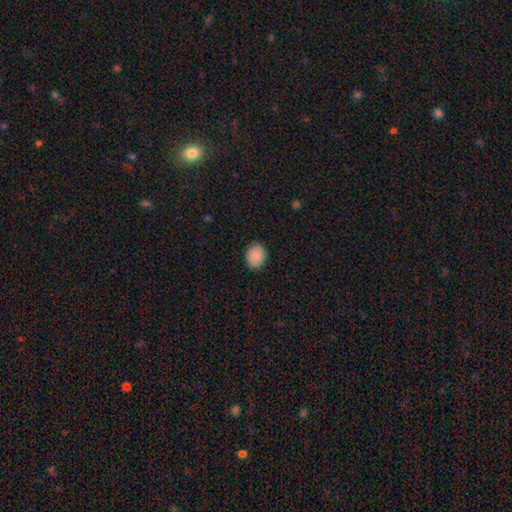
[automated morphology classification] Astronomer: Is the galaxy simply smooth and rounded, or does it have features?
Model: smooth — 88%.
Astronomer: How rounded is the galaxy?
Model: in between — 52% (runner-up: round, 47%).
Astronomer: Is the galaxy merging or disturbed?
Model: none — 88%.